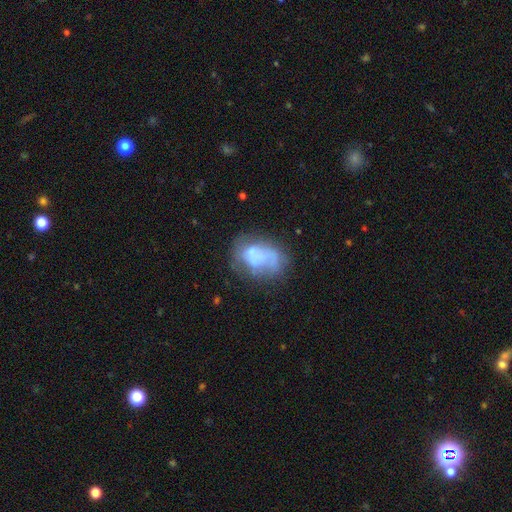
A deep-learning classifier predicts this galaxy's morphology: Smooth or featured? Predicted: smooth (p=0.46). Merging? Predicted: none (p=0.37).